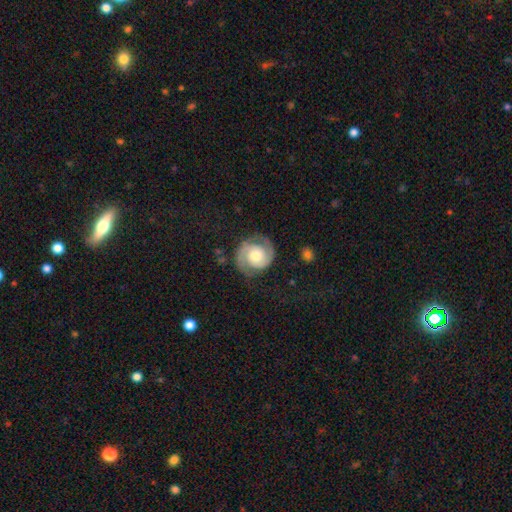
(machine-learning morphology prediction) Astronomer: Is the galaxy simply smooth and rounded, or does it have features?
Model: featured or disk — 86%.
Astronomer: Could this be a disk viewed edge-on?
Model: no — 98%.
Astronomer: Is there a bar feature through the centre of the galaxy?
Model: no — 70%.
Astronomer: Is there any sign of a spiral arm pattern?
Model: yes — 97%.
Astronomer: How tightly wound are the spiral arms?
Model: tight — 49% (runner-up: medium, 41%).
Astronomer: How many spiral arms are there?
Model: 2 — 92%.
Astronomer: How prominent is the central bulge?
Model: moderate — 66%.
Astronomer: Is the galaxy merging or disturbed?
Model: none — 78%.